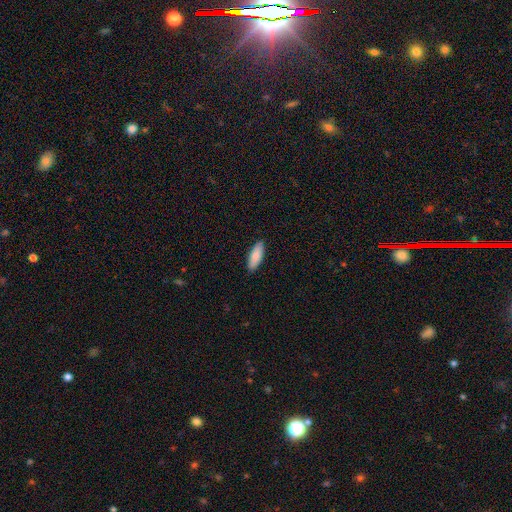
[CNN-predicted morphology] A smooth galaxy with no disk features (86%) that is in between round and cigar-shaped (64%).

Vote fractions:
- Smooth or featured? smooth: 86% / featured or disk: 8% / star or artifact: 5%
- How rounded? in between: 64% / cigar-shaped: 35% / round: 2%
- Merging? none: 89% / minor disturbance: 8% / major disturbance: 2% / merger: 1%